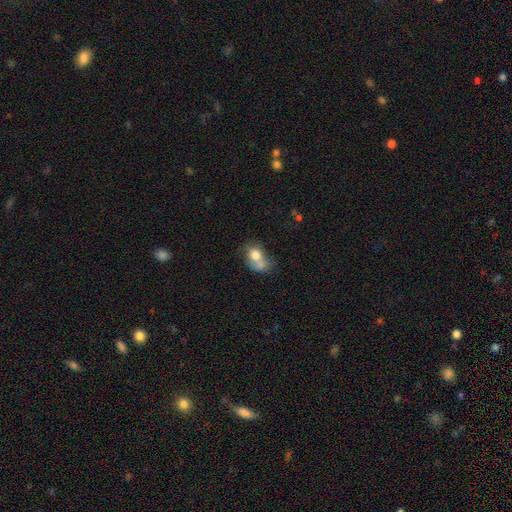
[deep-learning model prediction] Smooth or featured? Predicted: smooth (p=0.72). How rounded? Predicted: in between (p=0.54). Merging? Predicted: merger (p=0.53).